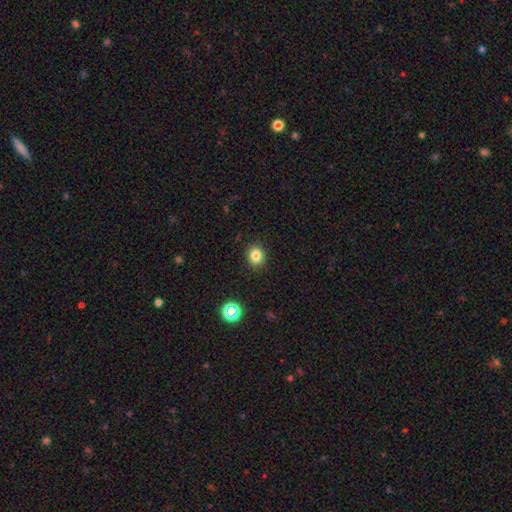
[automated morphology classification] Smooth or featured?
  - smooth: 82% *
  - star or artifact: 13%
  - featured or disk: 6%
How rounded?
  - round: 68% *
  - in between: 31%
  - cigar-shaped: 1%
Merging?
  - none: 90% *
  - minor disturbance: 7%
  - major disturbance: 2%
  - merger: 1%